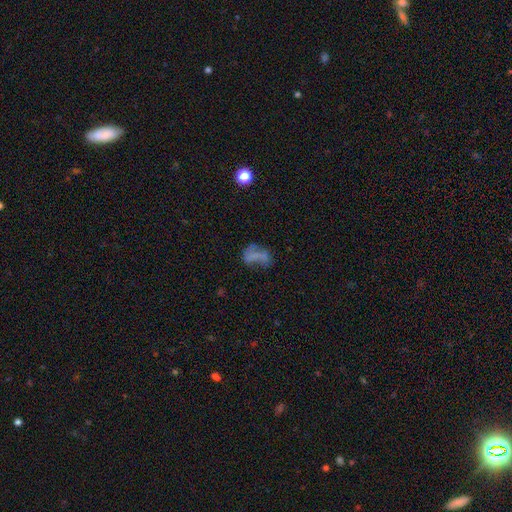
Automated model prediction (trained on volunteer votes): Morphology: type=smooth (48%); merging=major disturbance (33%, tied with none).